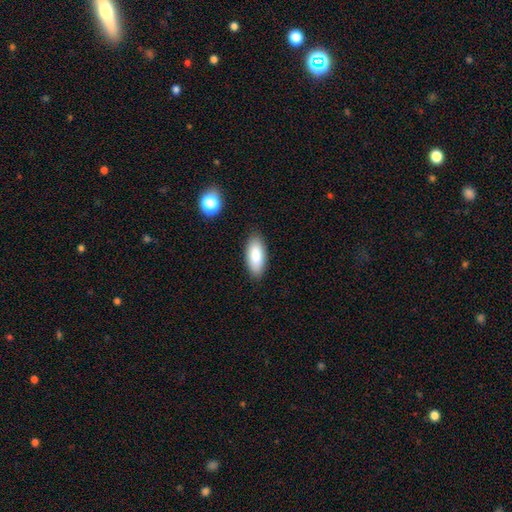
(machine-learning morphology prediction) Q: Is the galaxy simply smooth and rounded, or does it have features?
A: smooth — 85%.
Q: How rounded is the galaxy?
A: in between — 85%.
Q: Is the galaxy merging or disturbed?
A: none — 88%.